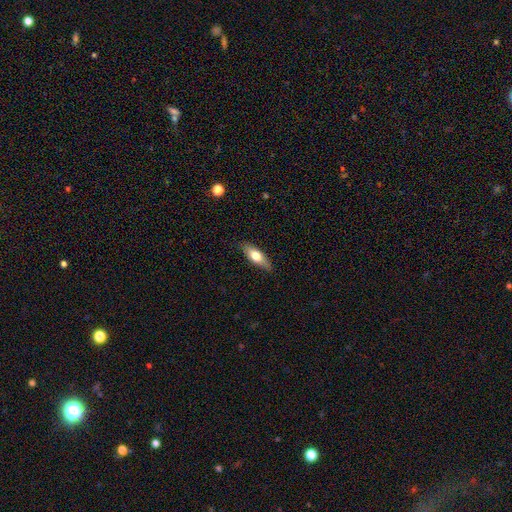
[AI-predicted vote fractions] Smooth or featured?
  - smooth: 64% *
  - featured or disk: 30%
  - star or artifact: 6%
How rounded?
  - in between: 62% *
  - cigar-shaped: 35%
  - round: 3%
Merging?
  - none: 85% *
  - minor disturbance: 11%
  - major disturbance: 2%
  - merger: 1%